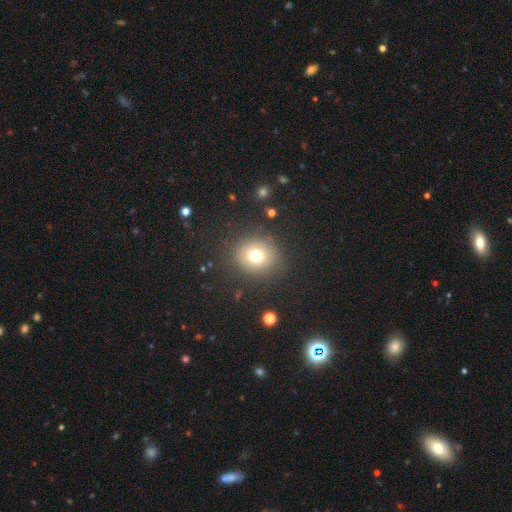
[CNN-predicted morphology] Overall: smooth (72%). How rounded: round (82%). Merging: none (85%).